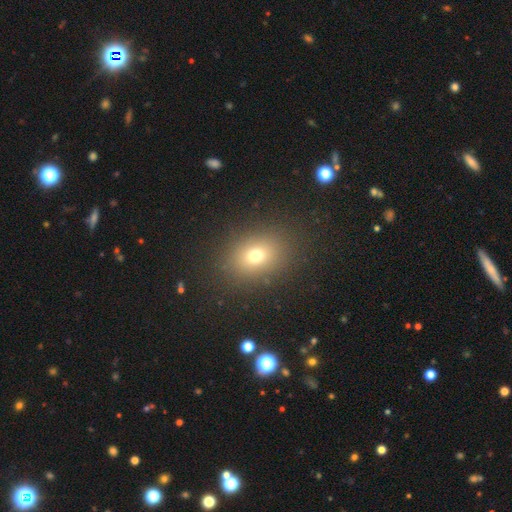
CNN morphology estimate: This appears to be a smooth galaxy with no disk features (71%) that is in between round and cigar-shaped (56%). Merging: none (86%).